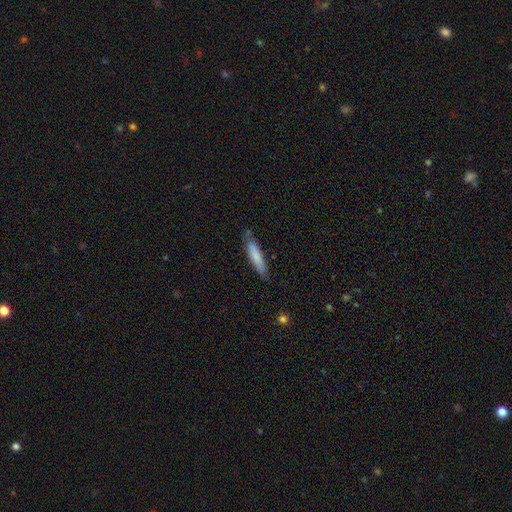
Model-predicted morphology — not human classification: smooth-or-featured: smooth: 77% | featured or disk: 18% | star or artifact: 6%
  how-rounded: cigar-shaped: 84% | in between: 15% | round: 1%
  merging: none: 76% | minor disturbance: 19% | major disturbance: 3% | merger: 2%